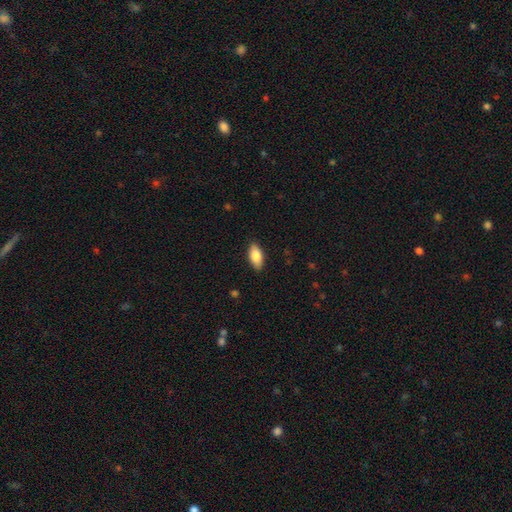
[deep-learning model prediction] Smooth or featured? Predicted: smooth (p=0.82). How rounded? Predicted: in between (p=0.90). Merging? Predicted: none (p=0.88).